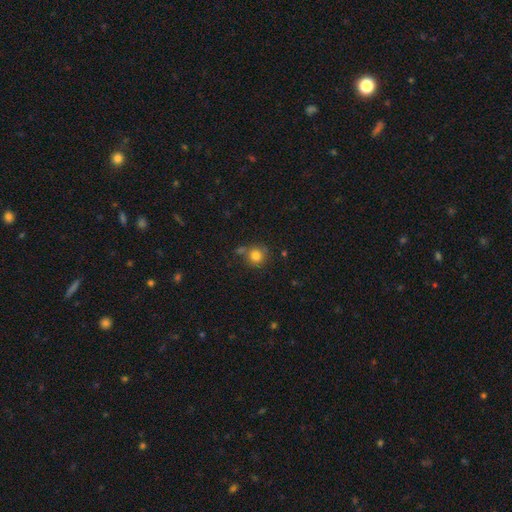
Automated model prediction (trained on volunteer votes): A smooth galaxy with no disk features (81%) that is round (90%). Merging: none (67%).